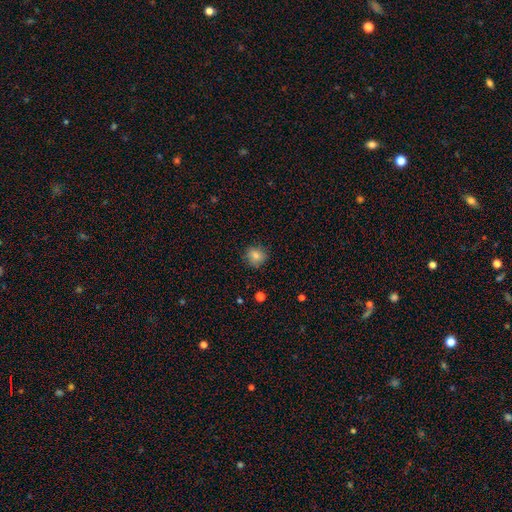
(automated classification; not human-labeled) smooth 81%, star or artifact 10%, featured or disk 8%. Down the decision tree: how rounded — round (84%); merging — none (82%).